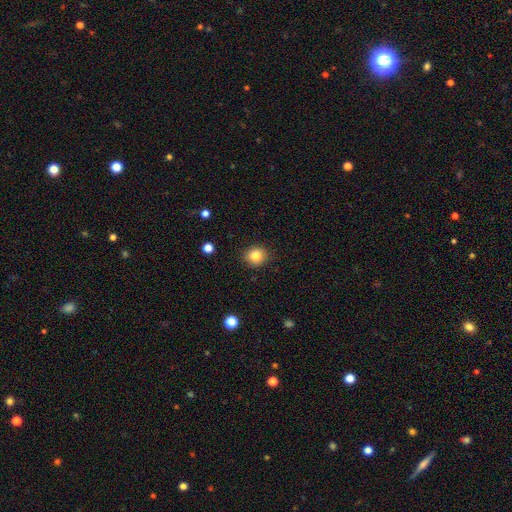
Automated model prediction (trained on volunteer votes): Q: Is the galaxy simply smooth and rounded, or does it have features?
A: smooth — 83%.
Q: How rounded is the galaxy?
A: round — 80%.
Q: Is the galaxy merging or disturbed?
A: none — 89%.